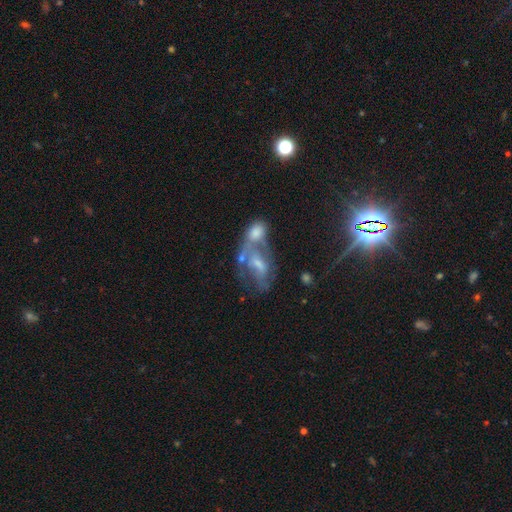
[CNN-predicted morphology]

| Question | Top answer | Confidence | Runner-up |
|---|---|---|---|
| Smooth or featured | featured or disk | 54% | star or artifact (28%) |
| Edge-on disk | no | 91% | yes (9%) |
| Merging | merger | 64% | none (18%) |